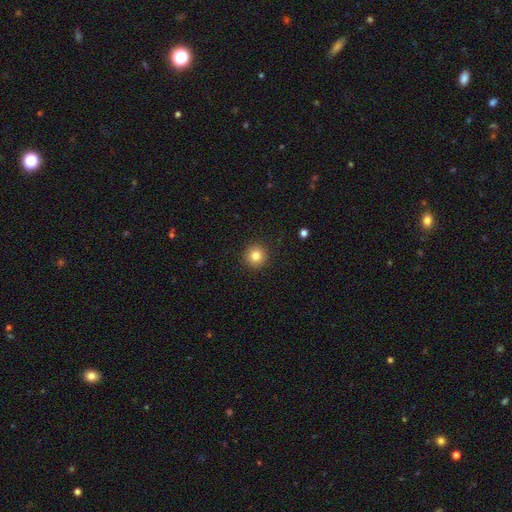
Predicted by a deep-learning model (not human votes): This is clearly a smooth galaxy (83%). How rounded: clearly round (94%). Merging: clearly none (92%).